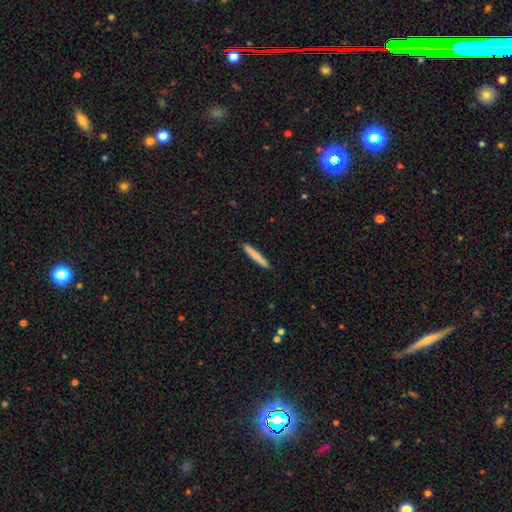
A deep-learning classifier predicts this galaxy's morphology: Smooth or featured: smooth — 77% (featured or disk — 18%)
How rounded: cigar-shaped — 96% (in between — 3%)
Merging: none — 92% (minor disturbance — 6%)